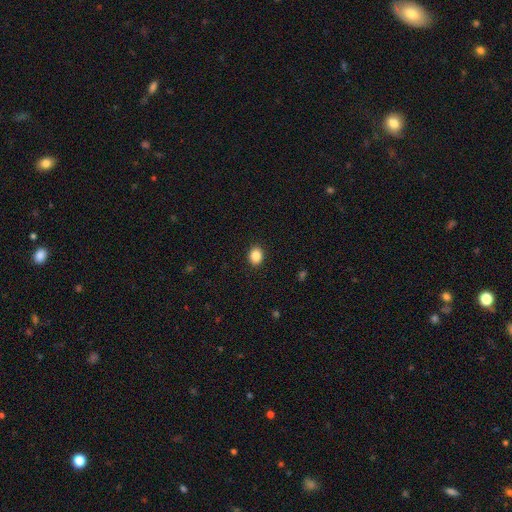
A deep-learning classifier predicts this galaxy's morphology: Smooth or featured: smooth — 87% (star or artifact — 9%)
How rounded: round — 51% (in between — 48%)
Merging: none — 91% (minor disturbance — 6%)